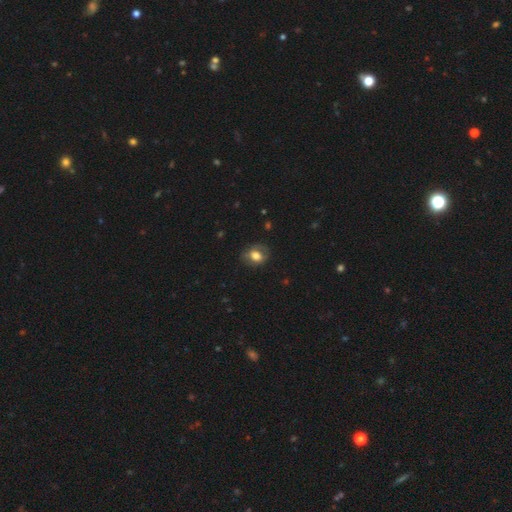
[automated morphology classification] smooth_or_featured: smooth (p=0.68) [alt: featured or disk p=0.24]
how_rounded: in between (p=0.51) [alt: round p=0.48]
merging: none (p=0.72) [alt: minor disturbance p=0.19]